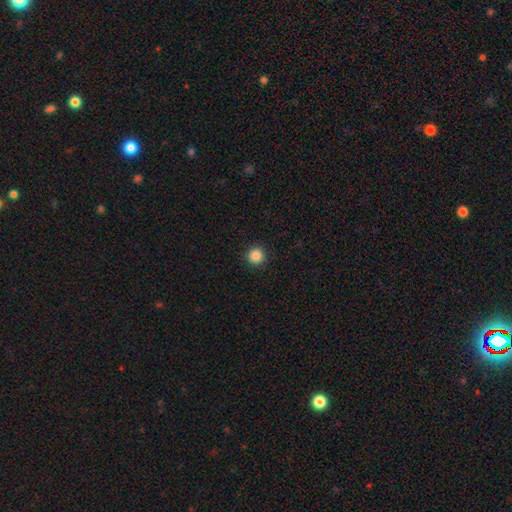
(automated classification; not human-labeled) A smooth galaxy with no disk features (87%) that is round (95%). Merging: none (93%).